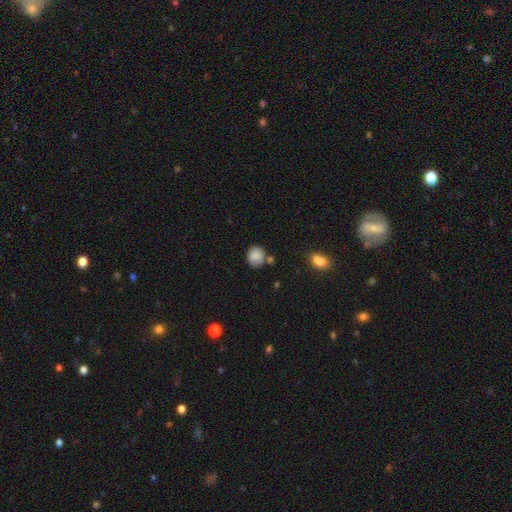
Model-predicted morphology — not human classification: Smooth or featured? smooth (85%)
How rounded? round (73%)
Merging? none (66%)